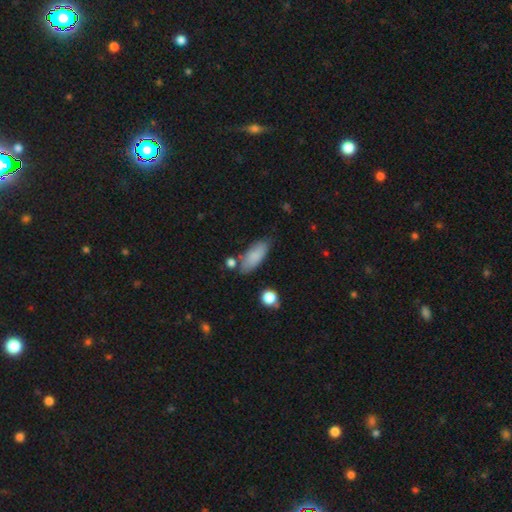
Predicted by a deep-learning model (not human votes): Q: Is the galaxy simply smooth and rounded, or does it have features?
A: smooth — 83%.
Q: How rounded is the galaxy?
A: in between — 78%.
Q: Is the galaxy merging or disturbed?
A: none — 70%.